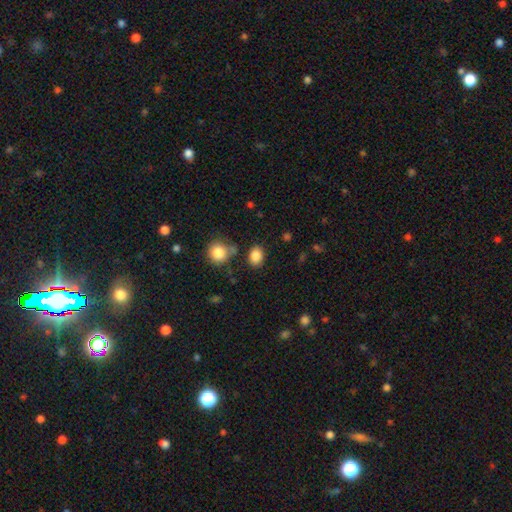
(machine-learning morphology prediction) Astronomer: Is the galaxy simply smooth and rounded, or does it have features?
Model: smooth — 86%.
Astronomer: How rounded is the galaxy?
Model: in between — 64%.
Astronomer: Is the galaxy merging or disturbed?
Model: none — 77%.